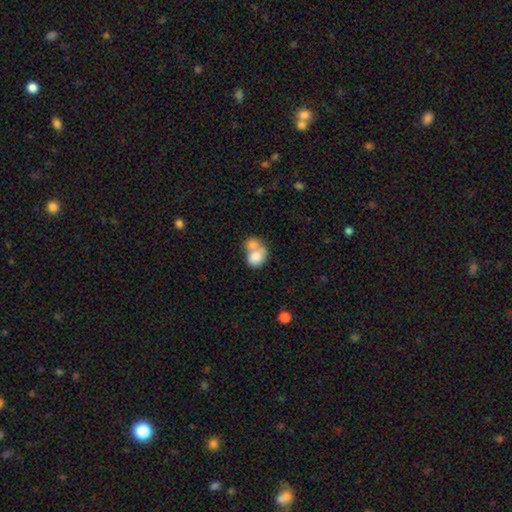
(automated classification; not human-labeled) A smooth galaxy with no disk features (77%) that is in between round and cigar-shaped (58%).

Vote fractions:
- Smooth or featured? smooth: 77% / featured or disk: 15% / star or artifact: 8%
- How rounded? in between: 58% / round: 41% / cigar-shaped: 1%
- Merging? merger: 64% / none: 20% / minor disturbance: 9% / major disturbance: 7%